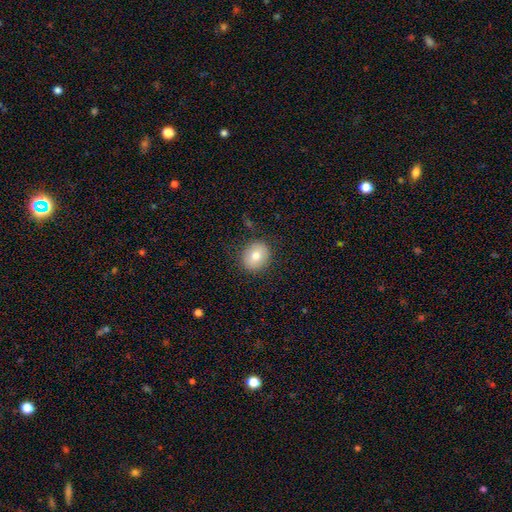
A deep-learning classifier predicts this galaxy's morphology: Smooth or featured? smooth (76%)
How rounded? round (73%)
Merging? none (86%)